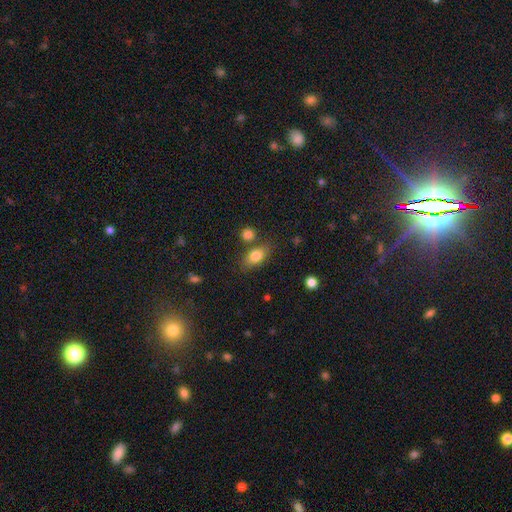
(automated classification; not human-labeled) Q: Smooth or featured?
A: smooth (80%); runner-up: featured or disk (11%)
Q: How rounded?
A: in between (79%); runner-up: round (14%)
Q: Merging?
A: none (70%); runner-up: minor disturbance (14%)